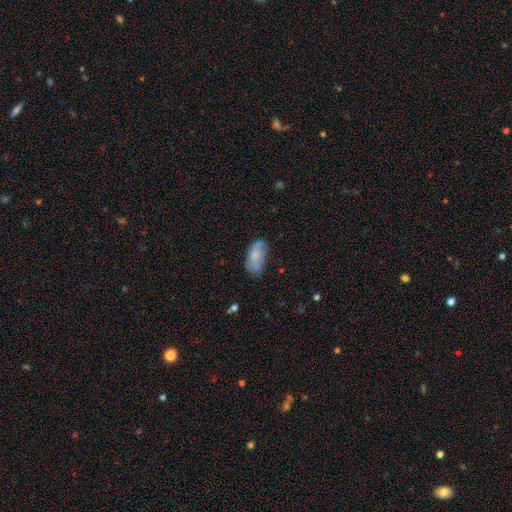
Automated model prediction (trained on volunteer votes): smooth 68%, featured or disk 25%, star or artifact 7%. Down the decision tree: how rounded — in between (92%); merging — none (62%).